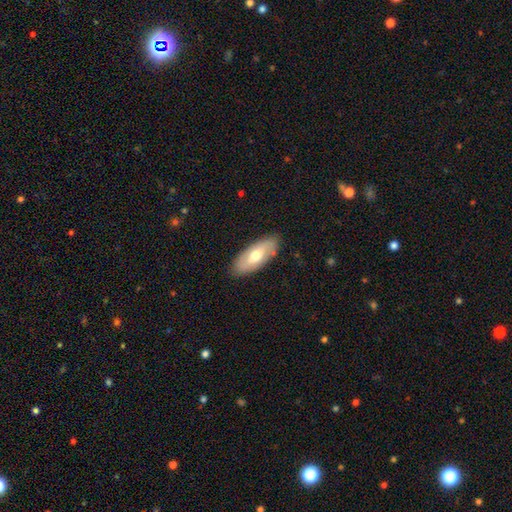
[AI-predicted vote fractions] A smooth galaxy with no disk features (58%) that is in between round and cigar-shaped (84%). Merging: none (85%).